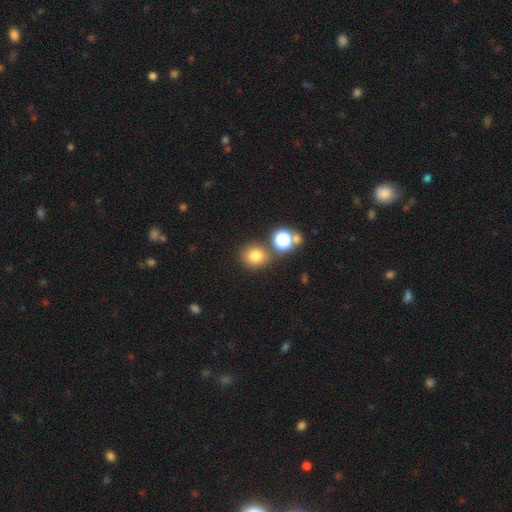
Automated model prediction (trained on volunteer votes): Morphology: type=smooth (75%); roundness=round (81%); merging=none (75%).